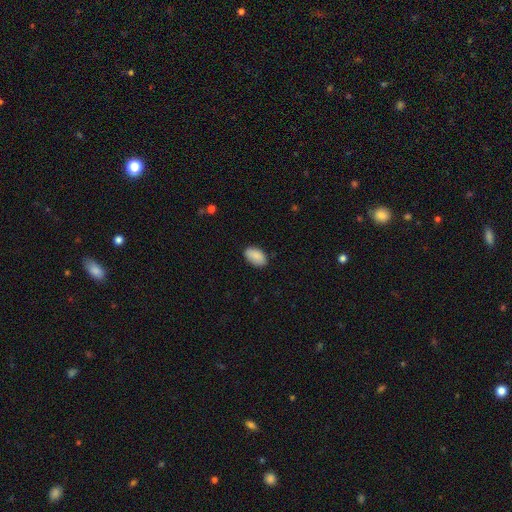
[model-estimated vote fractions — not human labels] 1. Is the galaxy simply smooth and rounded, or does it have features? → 89% smooth, 7% star or artifact, 4% featured or disk.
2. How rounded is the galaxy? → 93% in between, 5% round, 1% cigar-shaped.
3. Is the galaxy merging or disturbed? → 84% none, 12% minor disturbance, 2% major disturbance, 1% merger.